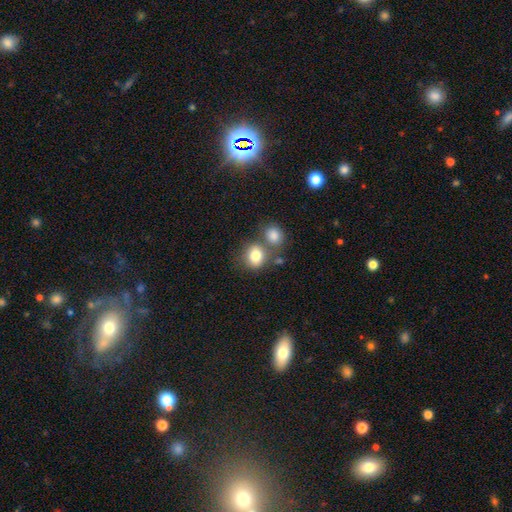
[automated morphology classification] The model was most divided on "merging": none: 52%, merger: 32%, minor disturbance: 12%, major disturbance: 4%. More confident: smooth or featured — smooth (80%); how rounded — round (67%).